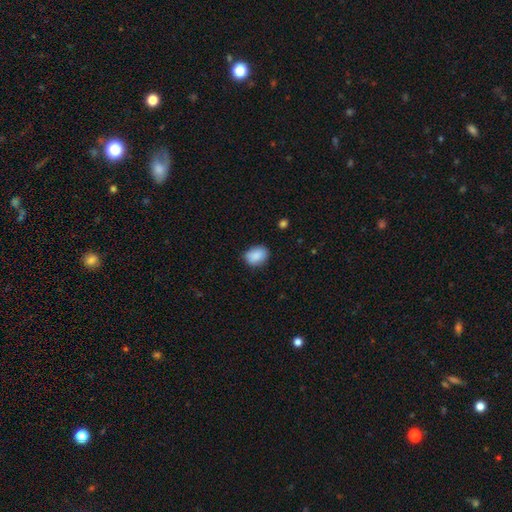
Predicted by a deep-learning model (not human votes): smooth_or_featured: smooth (p=0.89) [alt: star or artifact p=0.07]
how_rounded: in between (p=0.66) [alt: round p=0.33]
merging: none (p=0.79) [alt: minor disturbance p=0.17]